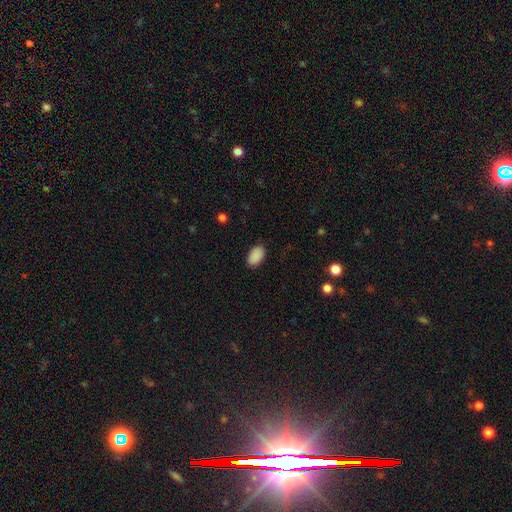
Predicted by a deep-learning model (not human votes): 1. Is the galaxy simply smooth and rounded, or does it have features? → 90% smooth, 7% star or artifact, 3% featured or disk.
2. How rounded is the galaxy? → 92% in between, 7% round, 1% cigar-shaped.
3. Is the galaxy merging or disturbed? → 88% none, 9% minor disturbance, 2% major disturbance, 1% merger.